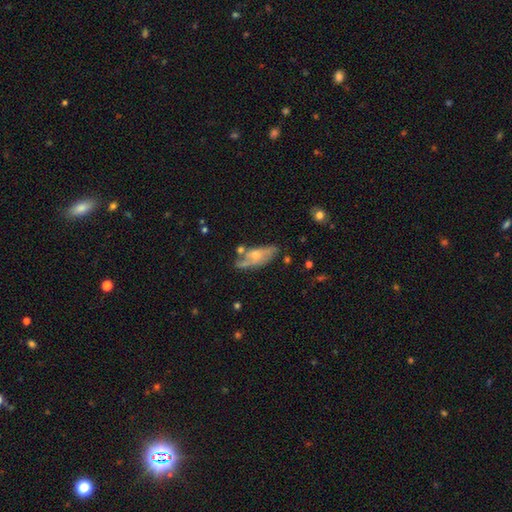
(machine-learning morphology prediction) This appears to be a smooth galaxy with no disk features (47%). Merging: none (41%).